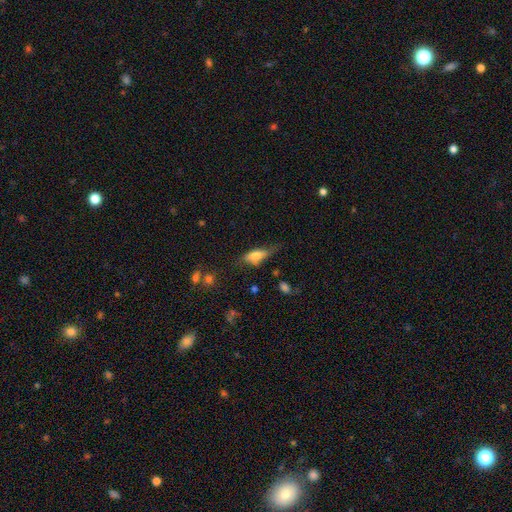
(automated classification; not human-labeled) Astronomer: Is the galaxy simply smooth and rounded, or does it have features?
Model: smooth — 64%.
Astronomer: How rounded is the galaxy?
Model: in between — 74%.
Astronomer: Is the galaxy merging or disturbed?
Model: none — 48% (runner-up: minor disturbance, 34%).